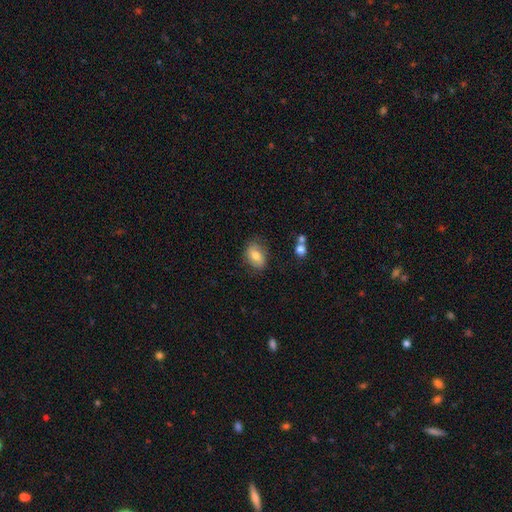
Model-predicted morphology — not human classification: type=smooth (71%); roundness=in between (77%); merging=none (76%).